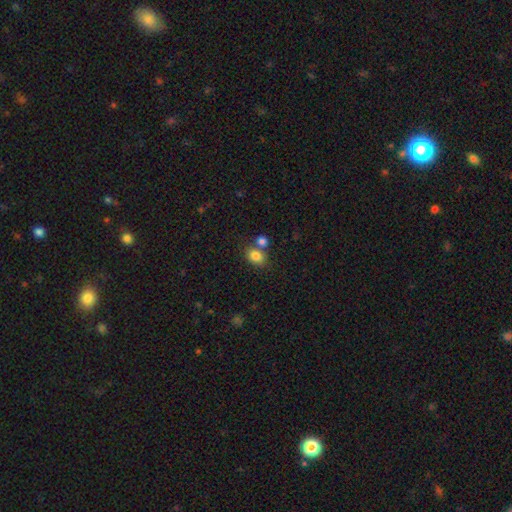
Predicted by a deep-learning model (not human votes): This is clearly a smooth galaxy (83%). How rounded: likely in between (62%). Merging: possibly none (58%).